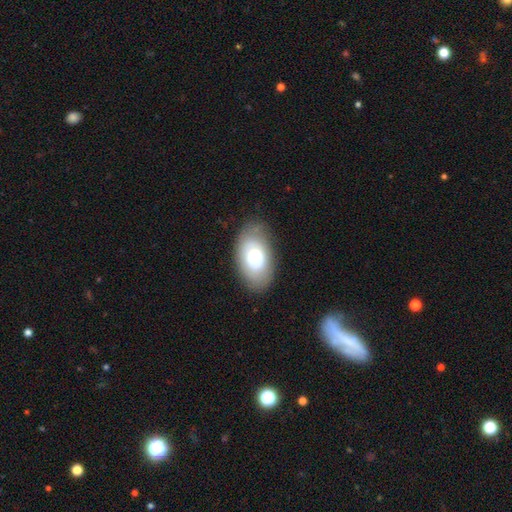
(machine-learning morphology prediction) Smooth or featured?
  - smooth: 66% *
  - featured or disk: 27%
  - star or artifact: 7%
How rounded?
  - in between: 92% *
  - round: 6%
  - cigar-shaped: 1%
Merging?
  - none: 78% *
  - minor disturbance: 16%
  - major disturbance: 4%
  - merger: 1%